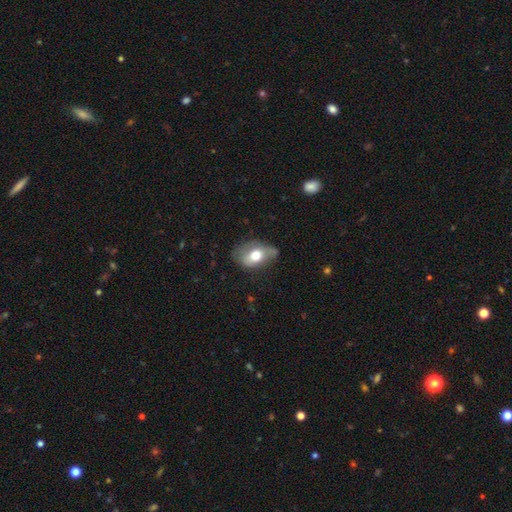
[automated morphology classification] Smooth or featured?
  - smooth: 65% *
  - featured or disk: 28%
  - star or artifact: 8%
How rounded?
  - in between: 85% *
  - round: 13%
  - cigar-shaped: 2%
Merging?
  - none: 43% *
  - minor disturbance: 37%
  - major disturbance: 17%
  - merger: 3%